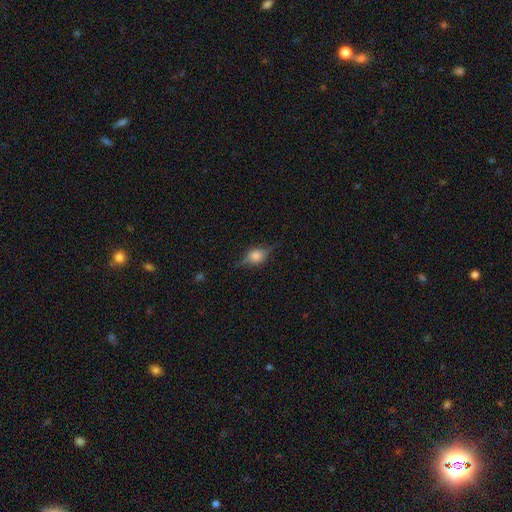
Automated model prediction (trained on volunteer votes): This appears to be a featured or disk galaxy (57%) viewed edge-on (94%) with a rounded central bulge (90%). Merging: none (77%).